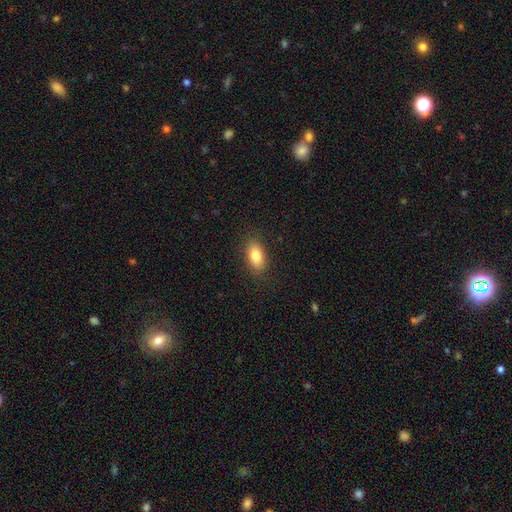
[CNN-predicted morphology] type=smooth (84%); roundness=in between (89%); merging=none (87%).